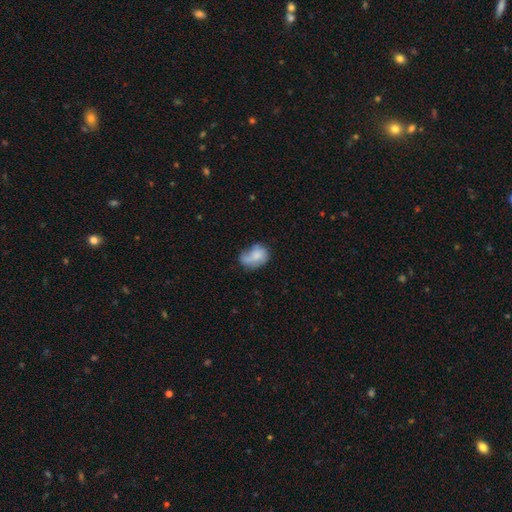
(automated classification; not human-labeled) Overall: smooth (63%; featured or disk 29%). How rounded: in between (73%). Merging: none (36%; minor disturbance 33%).